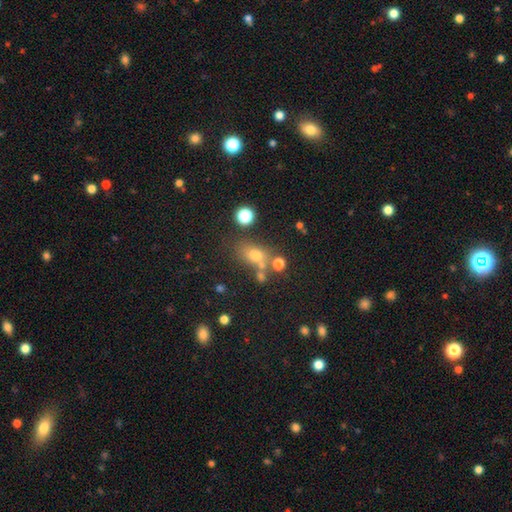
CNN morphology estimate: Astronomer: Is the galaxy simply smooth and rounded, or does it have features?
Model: smooth — 64%.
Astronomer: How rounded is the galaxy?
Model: in between — 59% (runner-up: round, 38%).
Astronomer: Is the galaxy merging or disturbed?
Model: none — 54%.